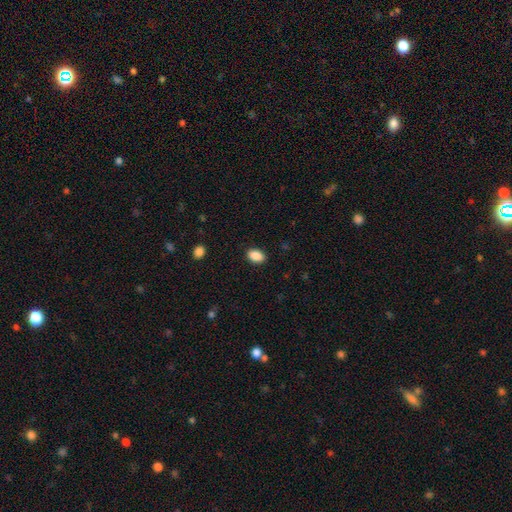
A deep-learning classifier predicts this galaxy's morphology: smooth 89%, star or artifact 8%, featured or disk 3%. Down the decision tree: how rounded — in between (86%); merging — none (88%).